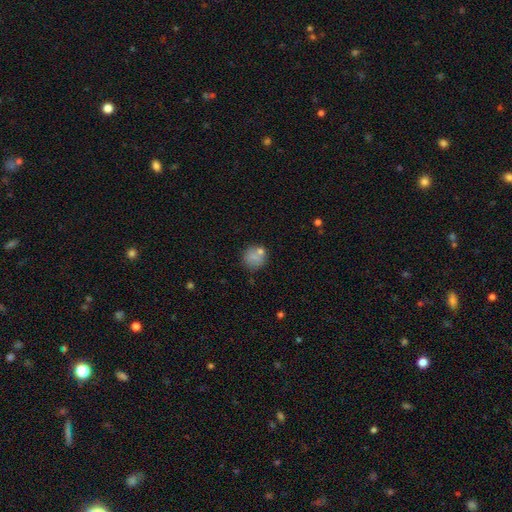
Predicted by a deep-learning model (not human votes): Morphology: type=smooth (77%); roundness=round (88%); merging=none (69%).